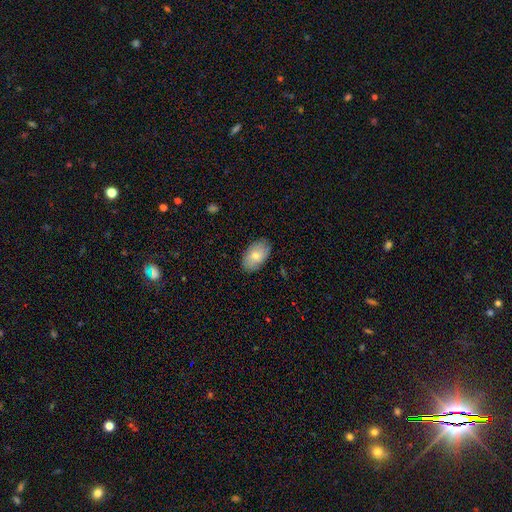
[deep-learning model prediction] This appears to be a smooth galaxy with no disk features (68%) that is in between round and cigar-shaped (92%). Merging: none (84%).